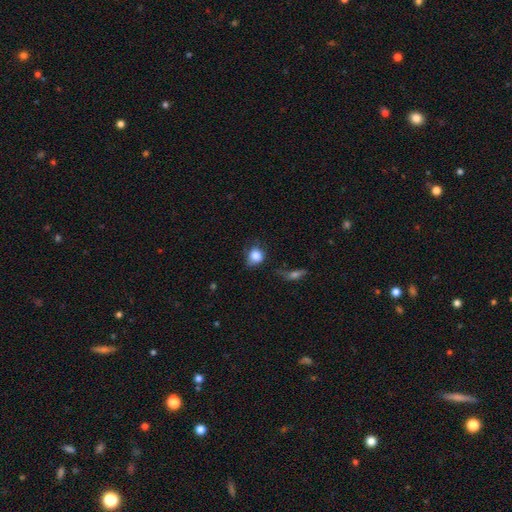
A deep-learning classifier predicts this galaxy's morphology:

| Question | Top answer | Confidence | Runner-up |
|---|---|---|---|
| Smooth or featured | smooth | 82% | star or artifact (9%) |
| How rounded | round | 70% | in between (29%) |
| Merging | none | 50% | minor disturbance (31%) |